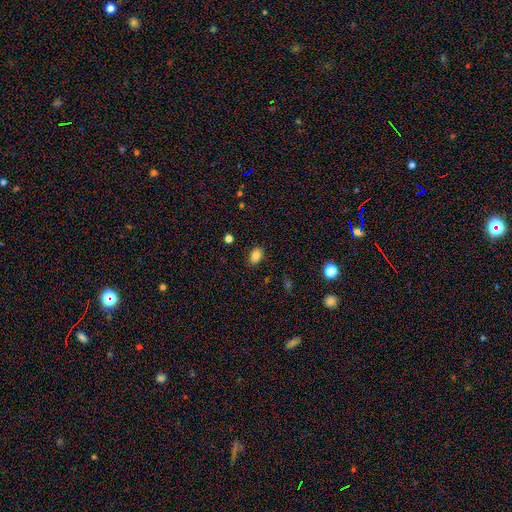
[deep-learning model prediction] Q: Smooth or featured?
A: smooth (82%); runner-up: star or artifact (10%)
Q: How rounded?
A: in between (77%); runner-up: round (22%)
Q: Merging?
A: none (87%); runner-up: minor disturbance (9%)